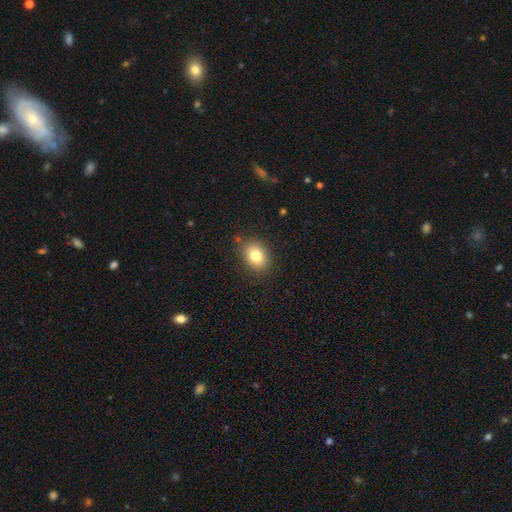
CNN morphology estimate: smooth-or-featured: smooth: 80% | star or artifact: 10% | featured or disk: 9%
  how-rounded: in between: 58% | round: 41% | cigar-shaped: 1%
  merging: none: 85% | minor disturbance: 11% | major disturbance: 3% | merger: 2%